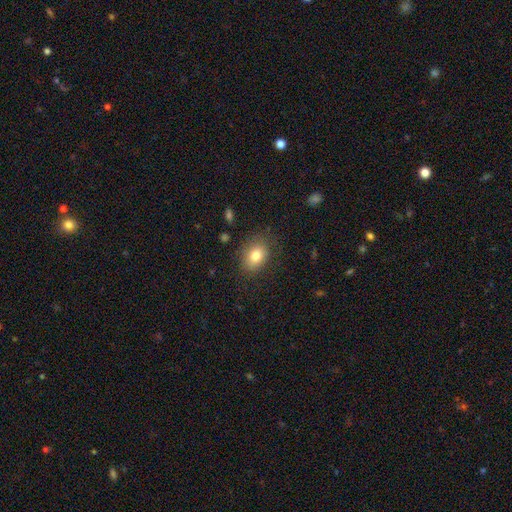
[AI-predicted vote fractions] This appears to be a smooth galaxy with no disk features (80%) that is in between round and cigar-shaped (70%). Merging: none (79%).